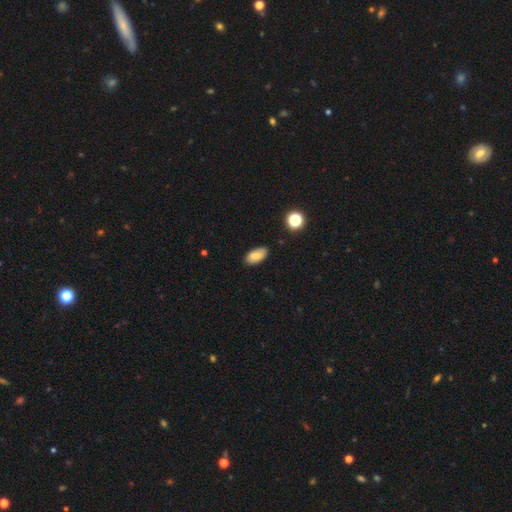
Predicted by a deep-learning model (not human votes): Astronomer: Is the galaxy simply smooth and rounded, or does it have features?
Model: smooth — 84%.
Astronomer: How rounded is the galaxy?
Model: in between — 93%.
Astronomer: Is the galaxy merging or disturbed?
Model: none — 79%.